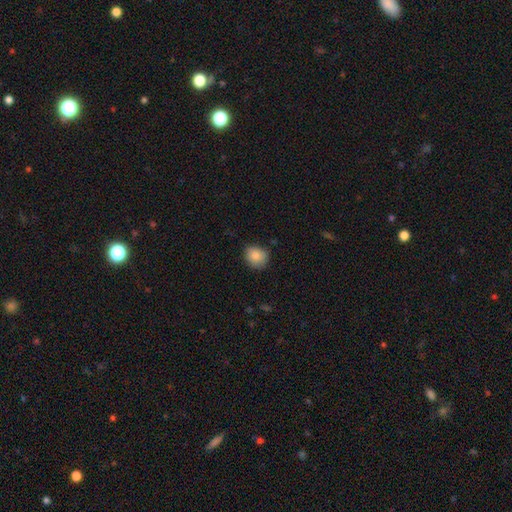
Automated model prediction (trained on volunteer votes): smooth_or_featured: smooth (p=0.85) [alt: star or artifact p=0.09]
how_rounded: round (p=0.74) [alt: in between p=0.25]
merging: none (p=0.78) [alt: minor disturbance p=0.17]